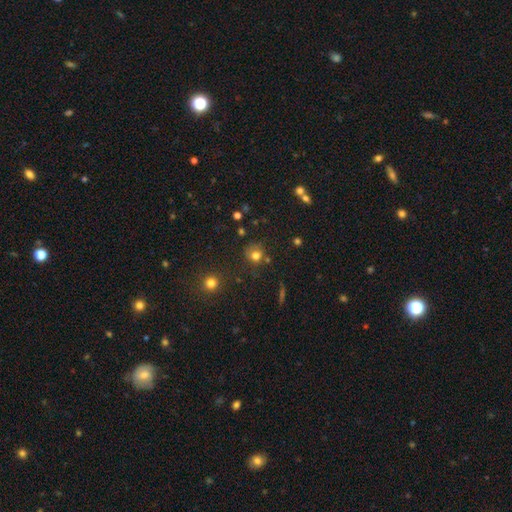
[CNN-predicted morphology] Smooth or featured: smooth — 74% (star or artifact — 17%)
How rounded: round — 86% (in between — 13%)
Merging: none — 72% (minor disturbance — 15%)